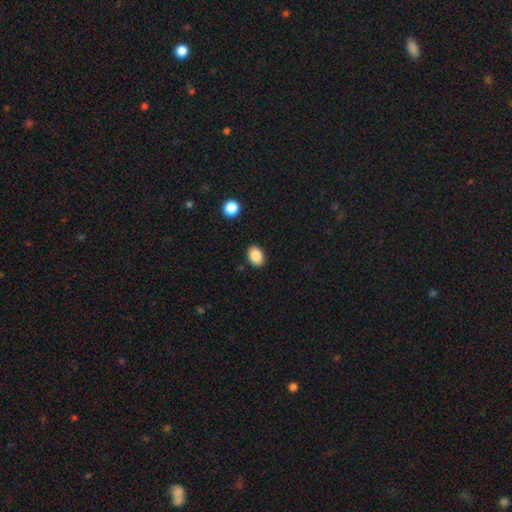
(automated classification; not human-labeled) Q: Smooth or featured?
A: smooth (87%); runner-up: star or artifact (8%)
Q: How rounded?
A: in between (77%); runner-up: round (22%)
Q: Merging?
A: none (89%); runner-up: minor disturbance (8%)